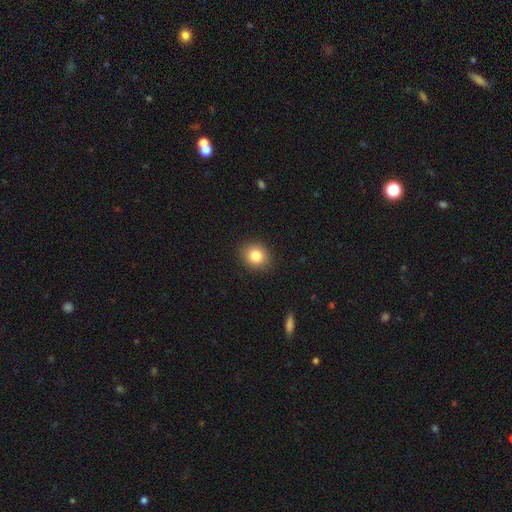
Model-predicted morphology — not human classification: smooth_or_featured: smooth (p=0.84) [alt: star or artifact p=0.09]
how_rounded: round (p=0.69) [alt: in between p=0.30]
merging: none (p=0.89) [alt: minor disturbance p=0.08]